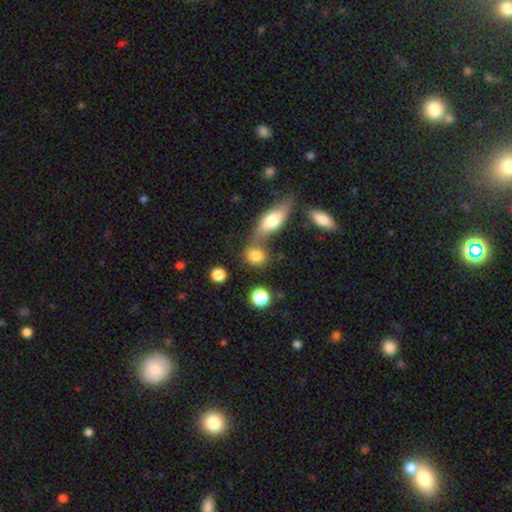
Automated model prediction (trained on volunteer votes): smooth 80%, star or artifact 10%, featured or disk 9%. Down the decision tree: how rounded — round (54%); merging — none (46%).